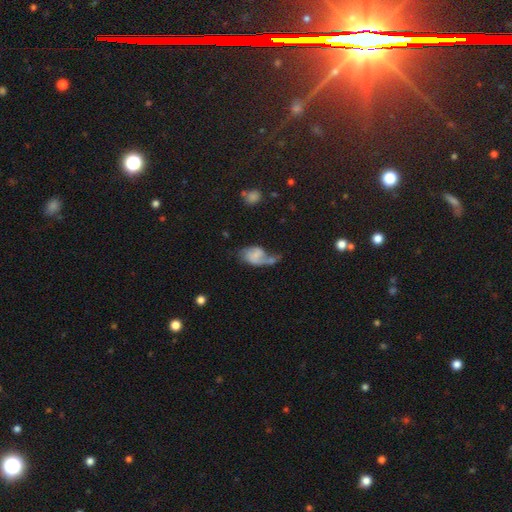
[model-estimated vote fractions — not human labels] A featured or disk galaxy (50%). Merging: major disturbance (42%).